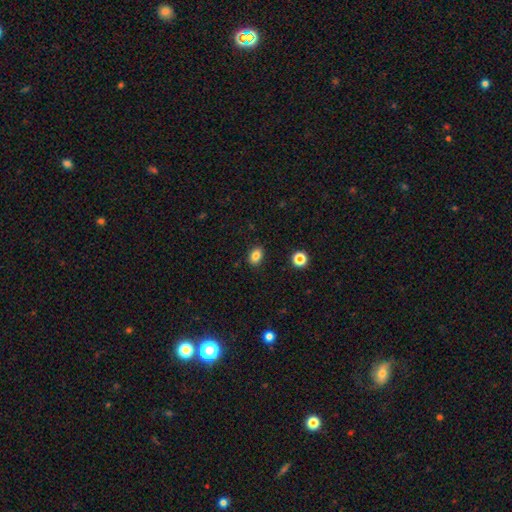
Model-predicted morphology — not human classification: This is clearly a smooth galaxy (84%). How rounded: likely in between (73%). Merging: clearly none (87%).